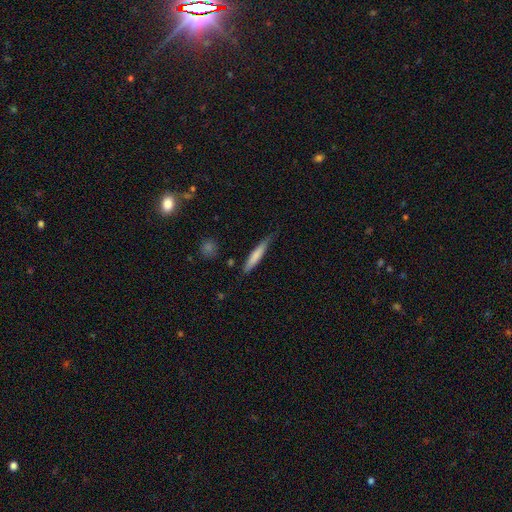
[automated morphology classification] Smooth or featured? Predicted: smooth (p=0.73). How rounded? Predicted: cigar-shaped (p=0.90). Merging? Predicted: none (p=0.66).